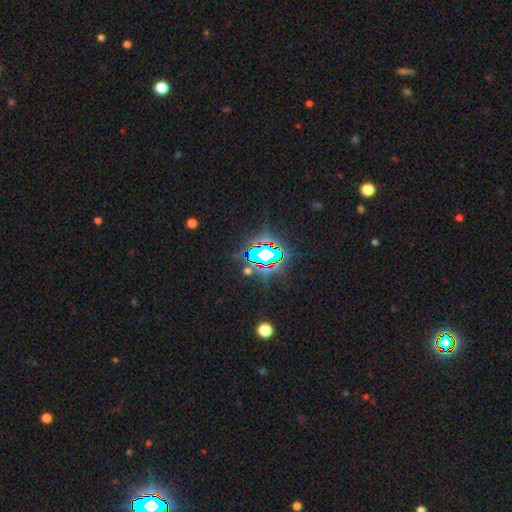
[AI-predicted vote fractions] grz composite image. It shows a star or artifact, not a galaxy (73%).